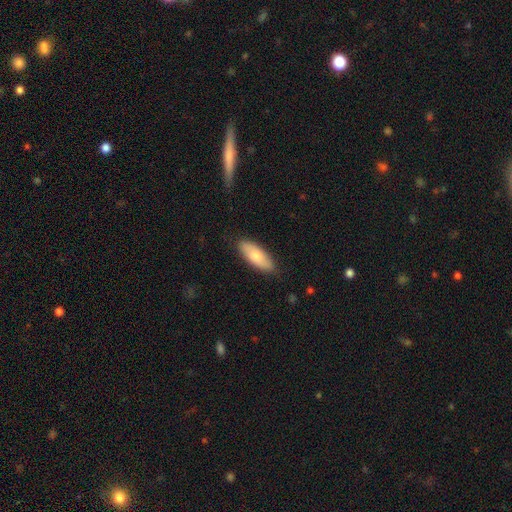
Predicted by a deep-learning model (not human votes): smooth 72%, featured or disk 22%, star or artifact 6%. Down the decision tree: how rounded — in between (76%); merging — none (86%).